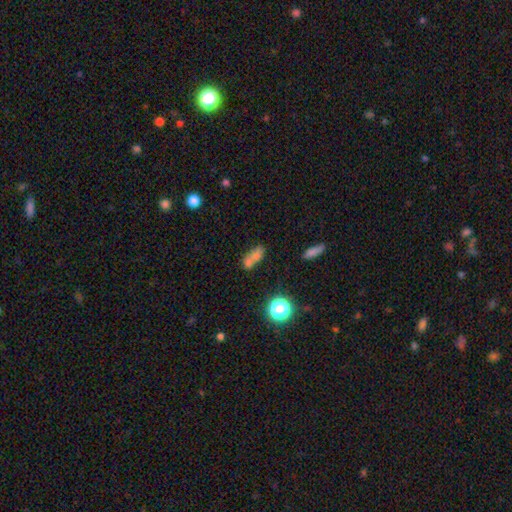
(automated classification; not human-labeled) Smooth or featured? smooth (64%)
How rounded? in between (64%)
Merging? merger (52%)